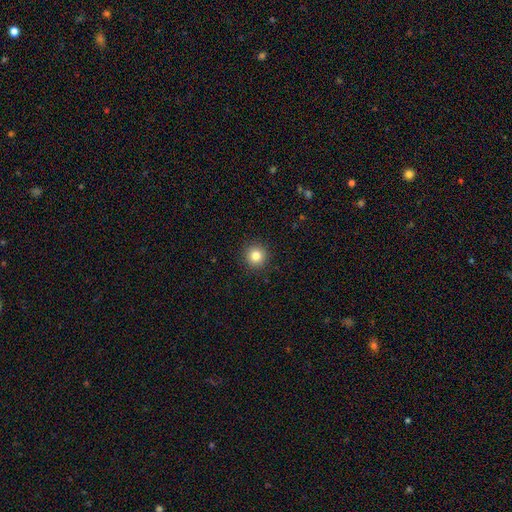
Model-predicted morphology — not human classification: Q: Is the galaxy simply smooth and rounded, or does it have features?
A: smooth — 83%.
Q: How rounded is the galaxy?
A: round — 95%.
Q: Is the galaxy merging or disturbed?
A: none — 92%.